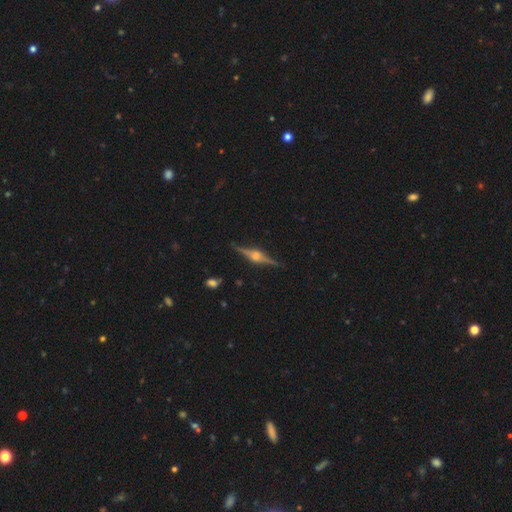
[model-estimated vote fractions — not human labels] featured or disk 85%, smooth 9%, star or artifact 6%. Down the decision tree: edge-on disk — yes (98%); edge-on bulge — rounded (89%); merging — none (89%).